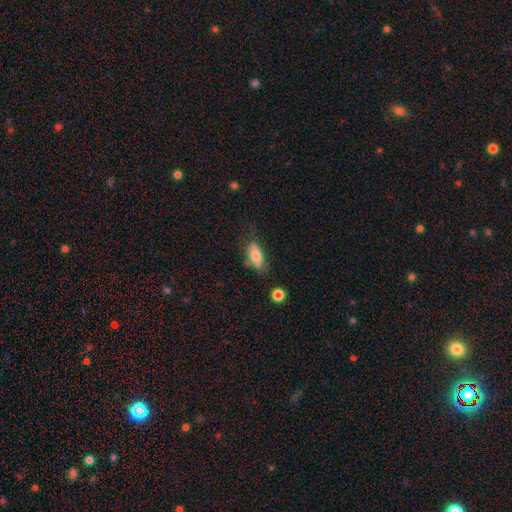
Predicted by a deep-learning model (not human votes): Smooth or featured?
  - smooth: 73% *
  - featured or disk: 19%
  - star or artifact: 7%
How rounded?
  - in between: 86% *
  - cigar-shaped: 10%
  - round: 4%
Merging?
  - none: 63% *
  - minor disturbance: 24%
  - major disturbance: 8%
  - merger: 5%